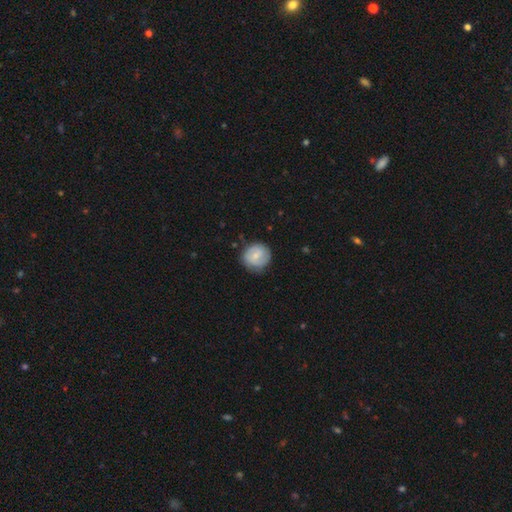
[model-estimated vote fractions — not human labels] Smooth or featured?
  - smooth: 51% *
  - featured or disk: 43%
  - star or artifact: 6%
How rounded?
  - round: 85% *
  - in between: 14%
  - cigar-shaped: 1%
Merging?
  - none: 75% *
  - minor disturbance: 19%
  - major disturbance: 5%
  - merger: 1%